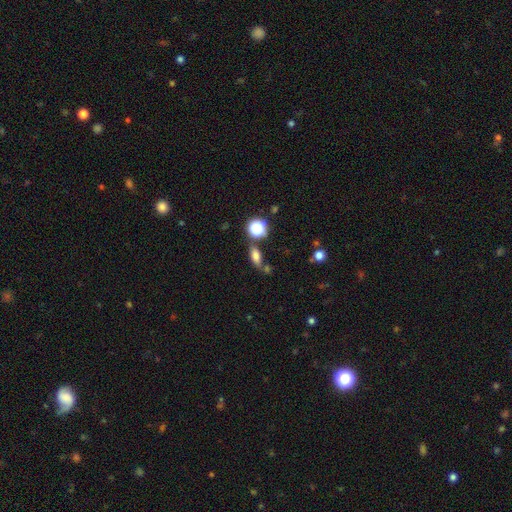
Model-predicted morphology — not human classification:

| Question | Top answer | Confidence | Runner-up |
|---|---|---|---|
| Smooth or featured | smooth | 71% | star or artifact (16%) |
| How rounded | in between | 70% | cigar-shaped (17%) |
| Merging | none | 63% | minor disturbance (16%) |